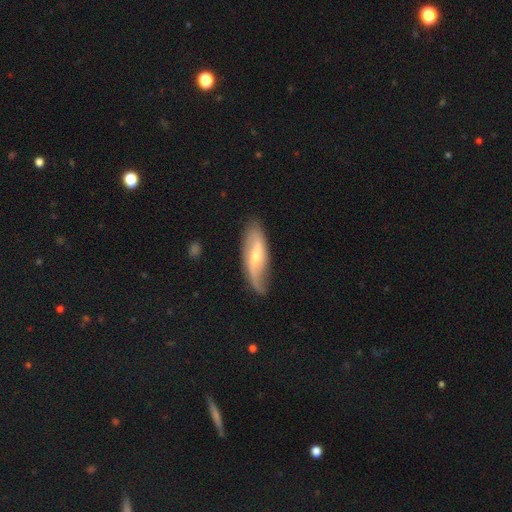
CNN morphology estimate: smooth_or_featured: featured or disk (p=0.71) [alt: smooth p=0.23]
disk_edge_on: no (p=0.85) [alt: yes p=0.15]
bar: weak (p=0.46) [alt: strong p=0.29]
has_spiral_arms: yes (p=0.89) [alt: no p=0.11]
spiral_winding: loose (p=0.69) [alt: medium p=0.22]
spiral_arm_count: 2 (p=0.79) [alt: 1 p=0.09]
bulge_size: small (p=0.53) [alt: moderate p=0.41]
merging: none (p=0.67) [alt: minor disturbance p=0.23]